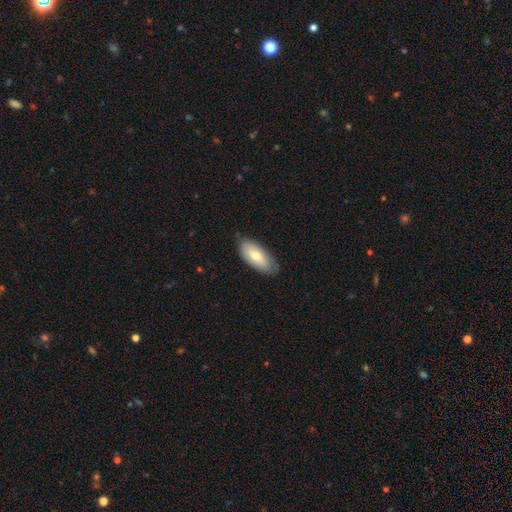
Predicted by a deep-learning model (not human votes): Overall: smooth (72%). How rounded: in between (89%). Merging: none (79%).